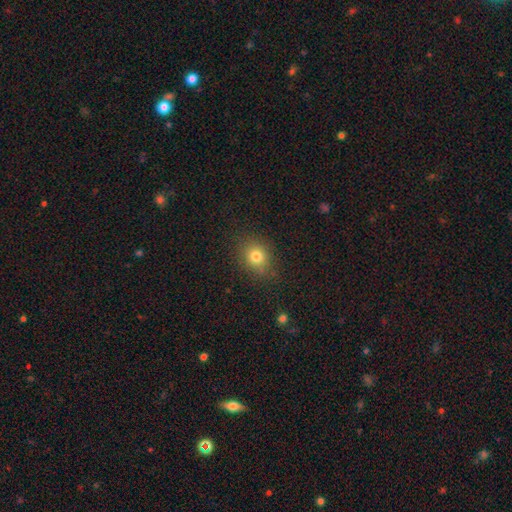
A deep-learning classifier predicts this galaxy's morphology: A smooth galaxy with no disk features (78%) that is round (68%). Merging: none (83%).